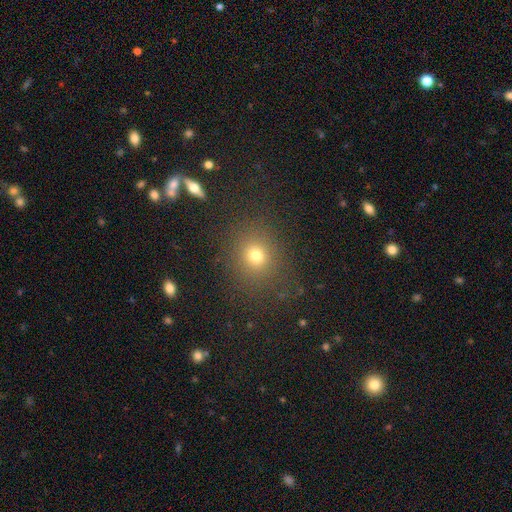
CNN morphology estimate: Smooth or featured? smooth (73%)
How rounded? round (77%)
Merging? none (84%)